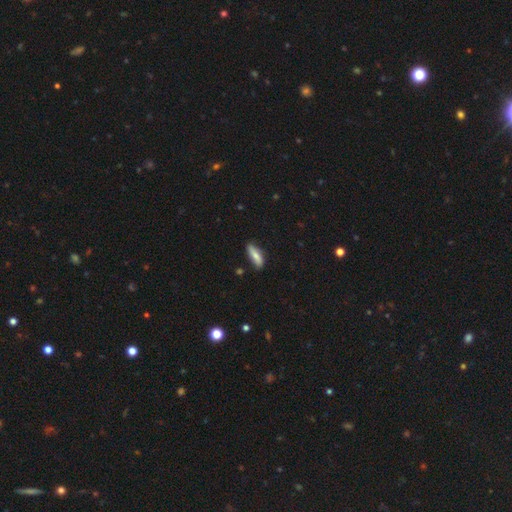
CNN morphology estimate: Smooth or featured? Predicted: smooth (p=0.70). How rounded? Predicted: in between (p=0.53). Merging? Predicted: none (p=0.78).